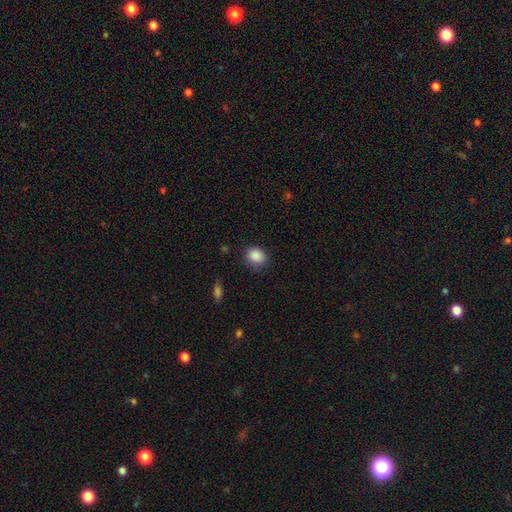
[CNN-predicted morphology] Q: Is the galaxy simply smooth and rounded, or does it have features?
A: smooth — 89%.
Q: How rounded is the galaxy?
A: round — 60%.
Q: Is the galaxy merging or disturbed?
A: none — 83%.